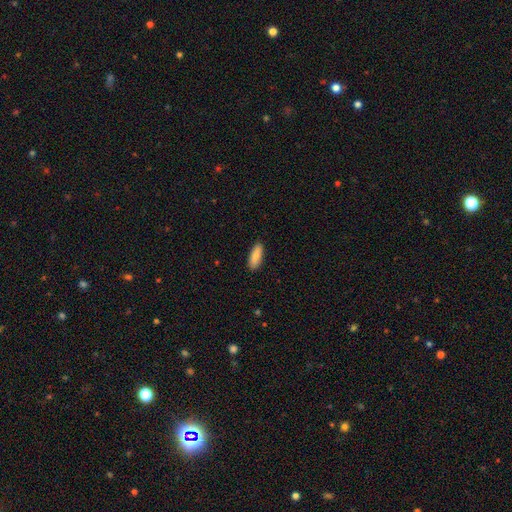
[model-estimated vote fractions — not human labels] Smooth or featured: smooth — 86% (featured or disk — 8%)
How rounded: in between — 67% (cigar-shaped — 32%)
Merging: none — 89% (minor disturbance — 8%)